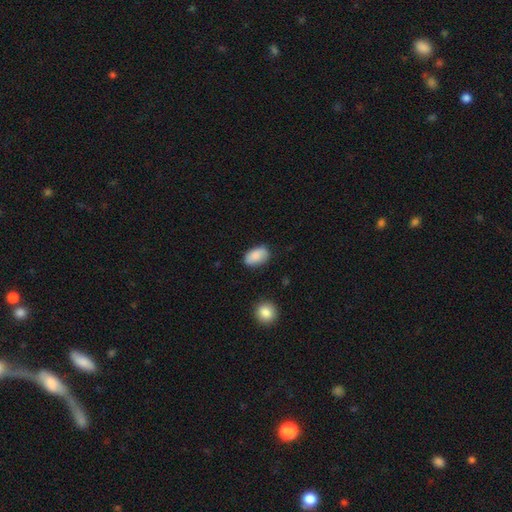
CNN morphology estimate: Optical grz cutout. It shows a smooth galaxy with no disk features (87%) that is in between round and cigar-shaped (92%). Merging: none (79%).